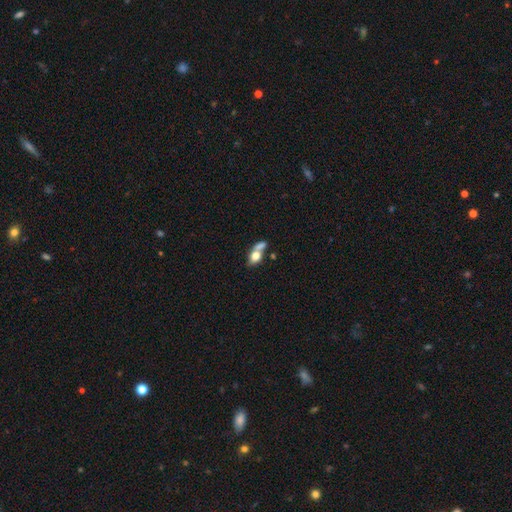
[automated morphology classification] Q: Smooth or featured?
A: smooth (70%); runner-up: featured or disk (22%)
Q: How rounded?
A: in between (70%); runner-up: round (24%)
Q: Merging?
A: merger (52%); runner-up: none (30%)